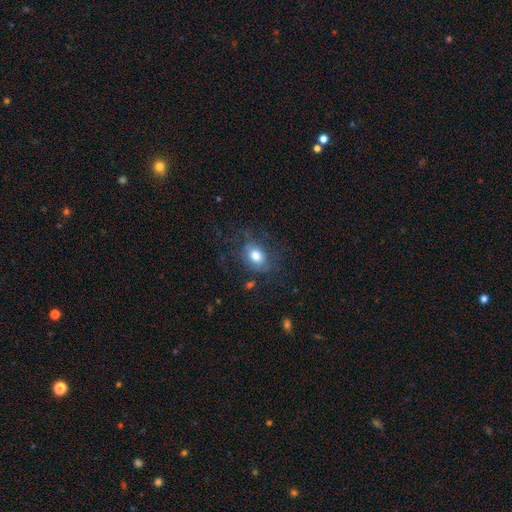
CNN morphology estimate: type=smooth (69%); roundness=in between (63%); merging=none (59%).